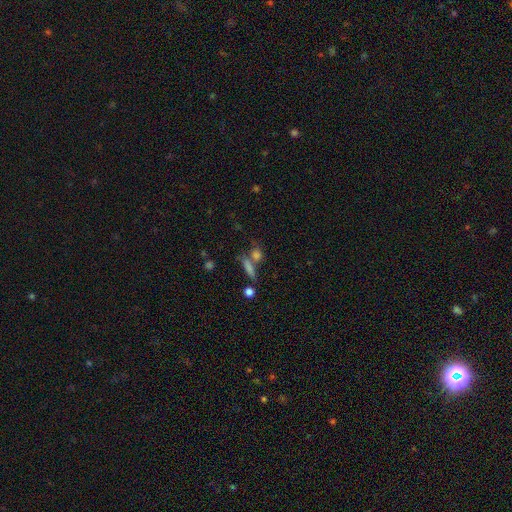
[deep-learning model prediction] smooth-or-featured: smooth: 62% | star or artifact: 20% | featured or disk: 18%
  how-rounded: cigar-shaped: 38% | in between: 37% | round: 25%
  merging: none: 52% | merger: 30% | minor disturbance: 11% | major disturbance: 7%